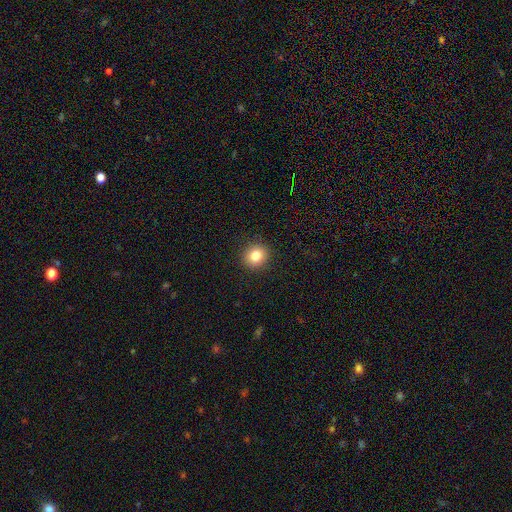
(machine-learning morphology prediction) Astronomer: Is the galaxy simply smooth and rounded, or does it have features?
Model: smooth — 83%.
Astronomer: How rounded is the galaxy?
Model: round — 88%.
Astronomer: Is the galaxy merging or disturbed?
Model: none — 92%.